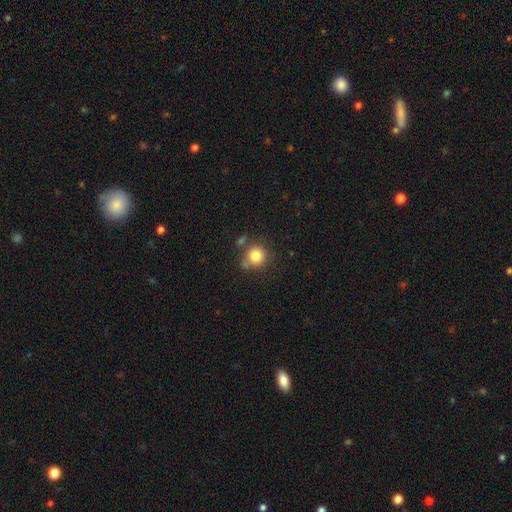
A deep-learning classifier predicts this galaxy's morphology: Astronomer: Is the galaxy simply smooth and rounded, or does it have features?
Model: smooth — 82%.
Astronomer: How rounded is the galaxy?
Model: round — 91%.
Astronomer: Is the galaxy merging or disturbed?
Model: none — 70%.